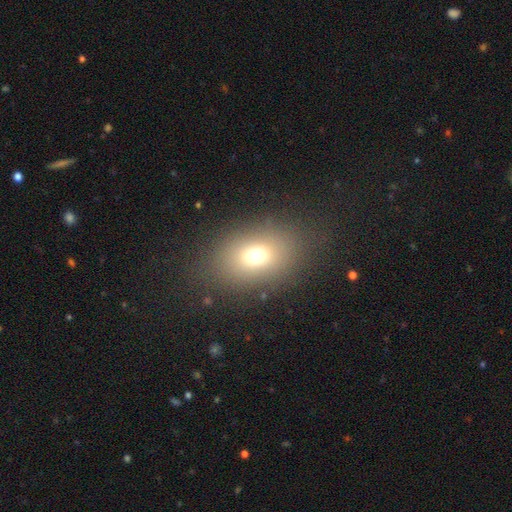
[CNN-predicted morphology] Smooth or featured? Predicted: smooth (p=0.70). How rounded? Predicted: in between (p=0.74). Merging? Predicted: none (p=0.80).